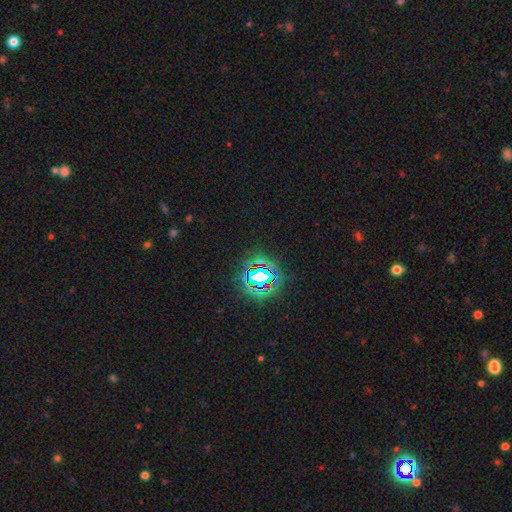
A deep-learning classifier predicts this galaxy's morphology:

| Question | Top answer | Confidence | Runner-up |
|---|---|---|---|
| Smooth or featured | star or artifact | 80% | smooth (12%) |